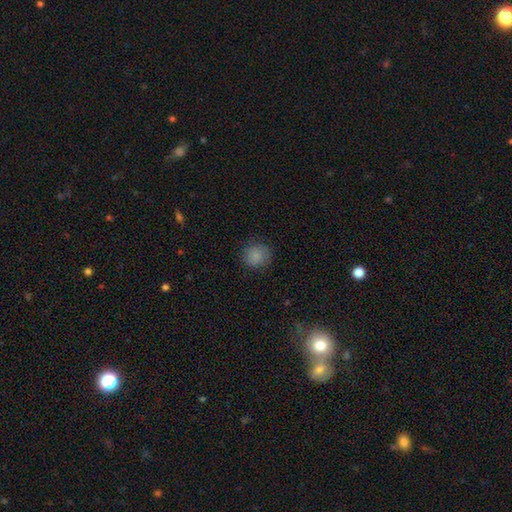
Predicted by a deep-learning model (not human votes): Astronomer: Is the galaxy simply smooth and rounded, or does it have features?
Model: smooth — 86%.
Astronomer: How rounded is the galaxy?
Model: round — 89%.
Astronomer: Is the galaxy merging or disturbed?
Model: none — 84%.